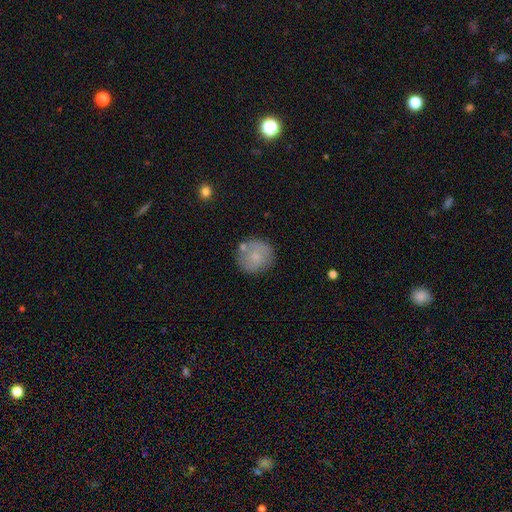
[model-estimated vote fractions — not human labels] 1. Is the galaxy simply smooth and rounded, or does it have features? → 73% smooth, 19% featured or disk, 8% star or artifact.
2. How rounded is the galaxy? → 93% round, 6% in between, 1% cigar-shaped.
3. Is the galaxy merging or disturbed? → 74% none, 15% minor disturbance, 7% merger, 4% major disturbance.